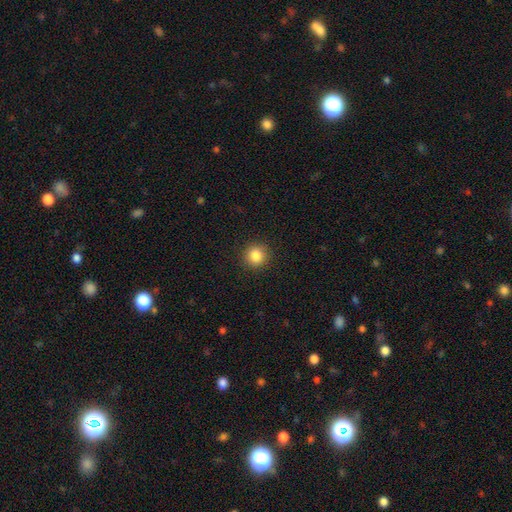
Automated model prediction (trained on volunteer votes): A smooth galaxy with no disk features (85%) that is round (92%). Merging: none (92%).